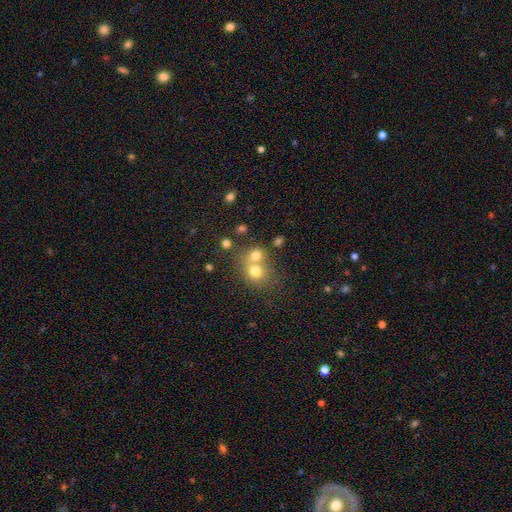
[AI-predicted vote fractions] Smooth or featured? smooth (72%)
How rounded? round (75%)
Merging? merger (54%)